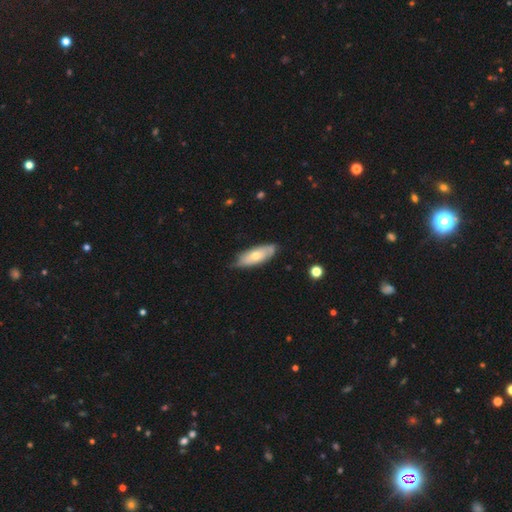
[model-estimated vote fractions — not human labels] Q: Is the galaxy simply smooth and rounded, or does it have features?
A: smooth — 56%.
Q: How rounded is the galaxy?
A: in between — 71%.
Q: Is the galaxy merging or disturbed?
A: none — 73%.